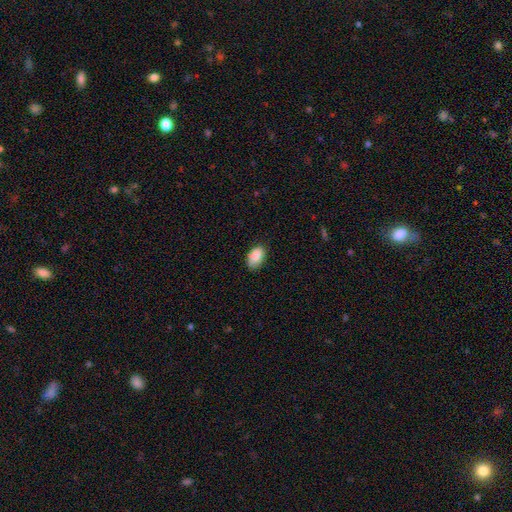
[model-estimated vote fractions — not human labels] This appears to be a smooth galaxy with no disk features (88%) that is in between round and cigar-shaped (91%). Merging: none (78%).